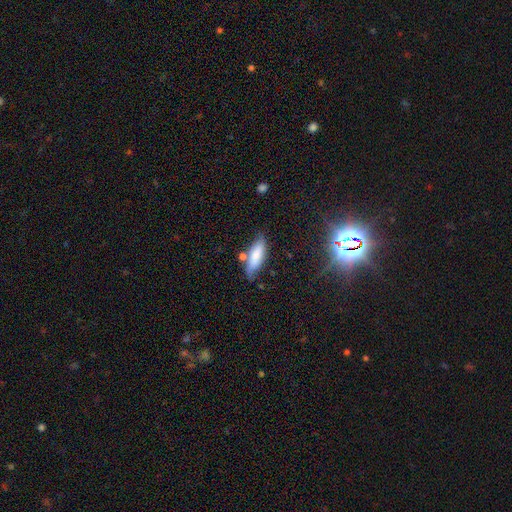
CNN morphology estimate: A smooth galaxy with no disk features (77%) that is in between round and cigar-shaped (58%). Merging: none (63%).